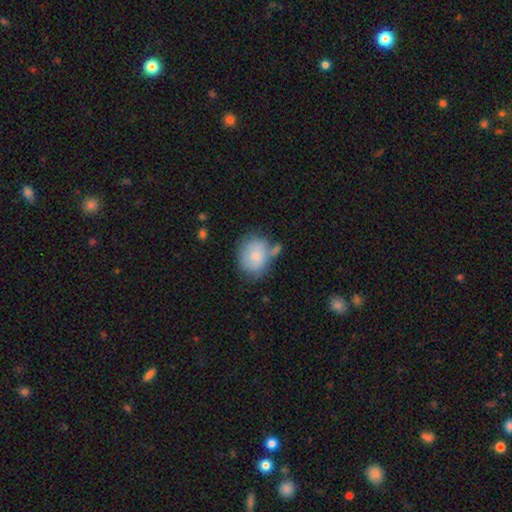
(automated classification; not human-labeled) smooth_or_featured: smooth (p=0.75) [alt: featured or disk p=0.18]
how_rounded: round (p=0.63) [alt: in between p=0.36]
merging: none (p=0.47) [alt: minor disturbance p=0.25]